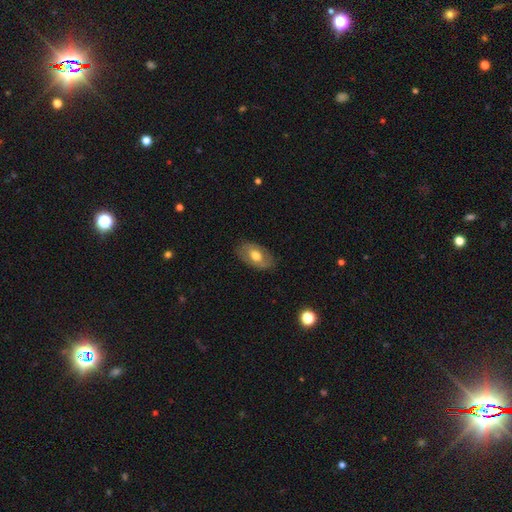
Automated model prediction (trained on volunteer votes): Overall: smooth (51%; featured or disk 42%). How rounded: in between (90%). Merging: none (80%).